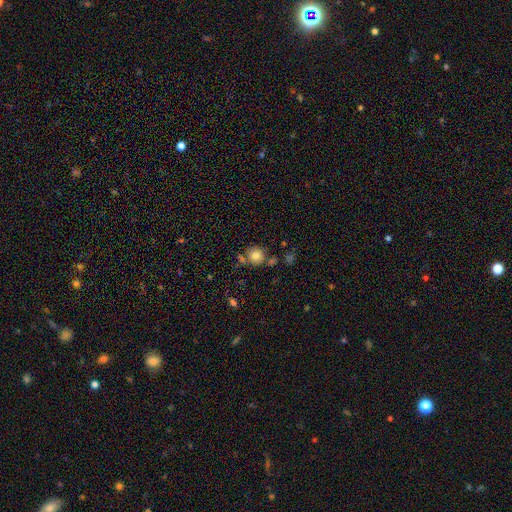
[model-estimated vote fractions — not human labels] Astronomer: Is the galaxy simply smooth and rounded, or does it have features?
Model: smooth — 79%.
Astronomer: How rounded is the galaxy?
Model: round — 90%.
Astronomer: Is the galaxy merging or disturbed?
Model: none — 71%.